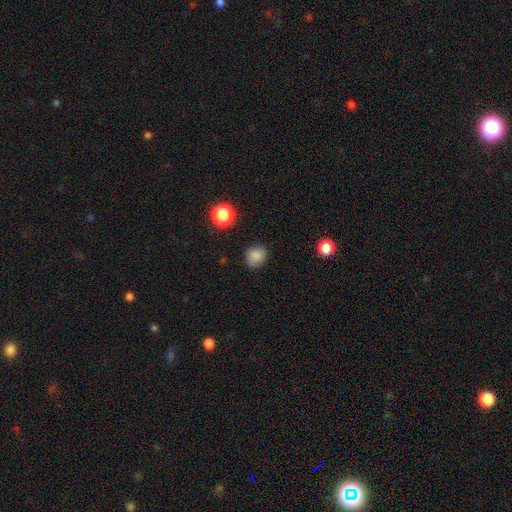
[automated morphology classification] type=smooth (83%); roundness=round (76%); merging=none (82%).